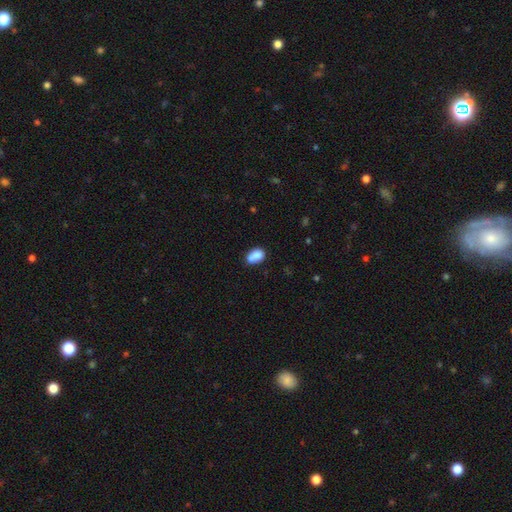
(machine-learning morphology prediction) Smooth or featured: smooth — 81% (featured or disk — 10%)
How rounded: in between — 84% (round — 14%)
Merging: none — 51% (minor disturbance — 22%)